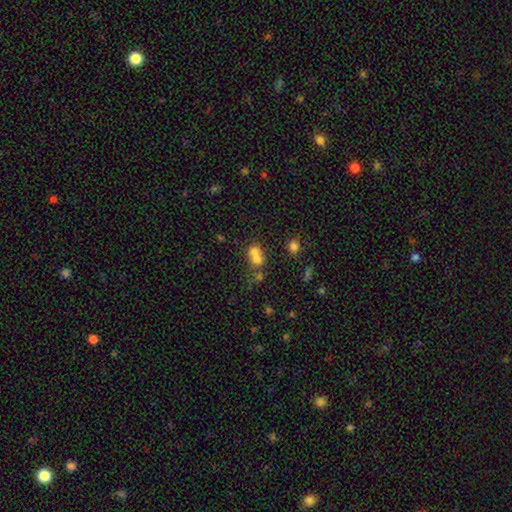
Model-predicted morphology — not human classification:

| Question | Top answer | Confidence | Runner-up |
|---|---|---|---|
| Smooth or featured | smooth | 66% | featured or disk (18%) |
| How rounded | round | 68% | in between (31%) |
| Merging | merger | 66% | none (24%) |